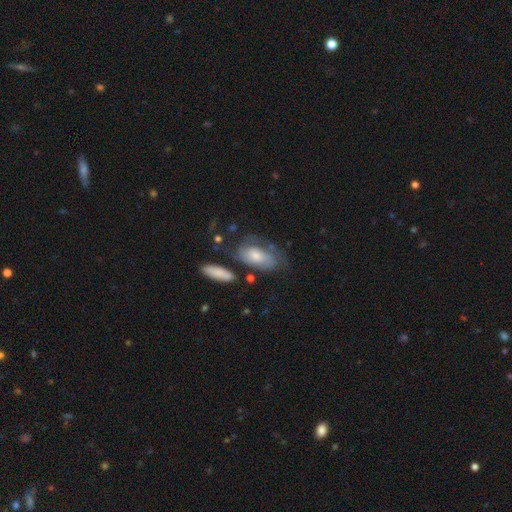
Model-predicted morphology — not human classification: Q: Smooth or featured?
A: featured or disk (49%); runner-up: smooth (35%)
Q: Merging?
A: none (63%); runner-up: minor disturbance (17%)